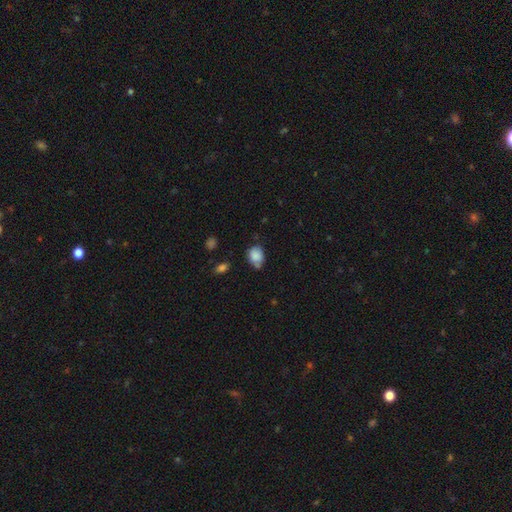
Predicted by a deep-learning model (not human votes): Smooth or featured? Predicted: smooth (p=0.84). How rounded? Predicted: in between (p=0.57). Merging? Predicted: none (p=0.54).